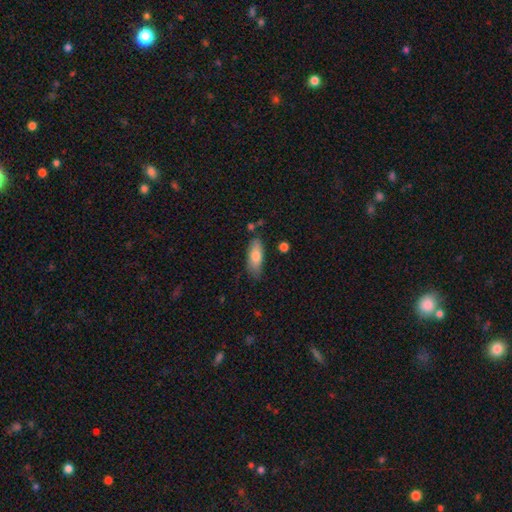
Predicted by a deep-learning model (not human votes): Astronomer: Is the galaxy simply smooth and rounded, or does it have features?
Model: smooth — 77%.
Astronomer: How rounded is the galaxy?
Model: in between — 73%.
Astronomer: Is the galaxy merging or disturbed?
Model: none — 72%.